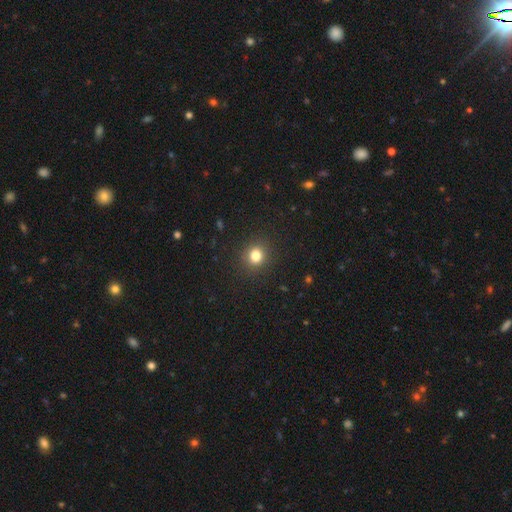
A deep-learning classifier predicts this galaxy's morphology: smooth 81%, star or artifact 13%, featured or disk 6%. Down the decision tree: how rounded — round (84%); merging — none (90%).